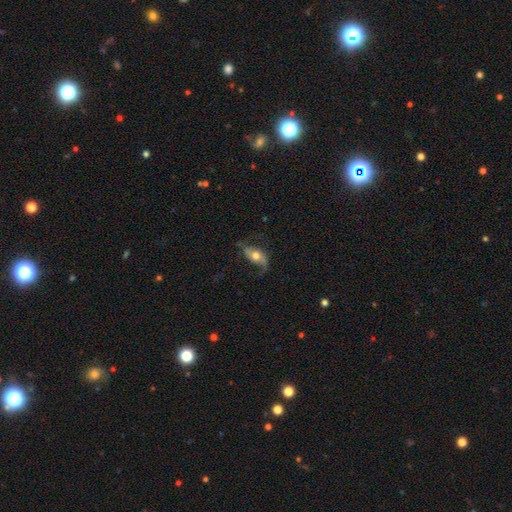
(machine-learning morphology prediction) Smooth or featured?
  - featured or disk: 56% *
  - smooth: 37%
  - star or artifact: 7%
Edge-on disk?
  - no: 87% *
  - yes: 13%
Merging?
  - none: 54% *
  - minor disturbance: 25%
  - major disturbance: 19%
  - merger: 2%